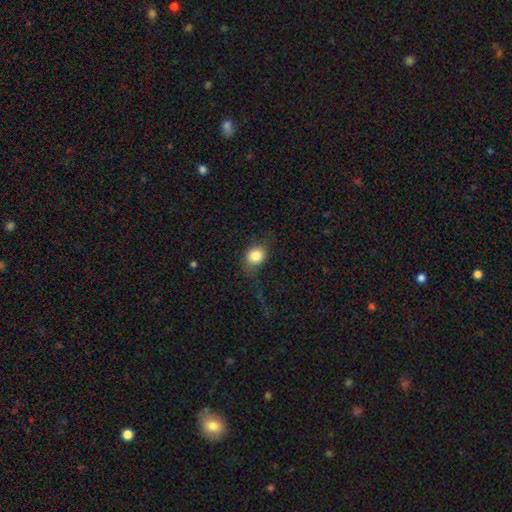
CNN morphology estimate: Q: Smooth or featured?
A: smooth (82%); runner-up: star or artifact (9%)
Q: How rounded?
A: round (56%); runner-up: in between (43%)
Q: Merging?
A: none (66%); runner-up: minor disturbance (19%)